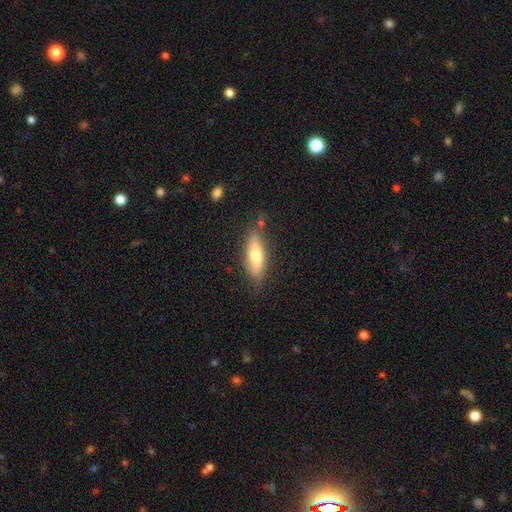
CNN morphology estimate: smooth-or-featured: smooth: 67% | featured or disk: 26% | star or artifact: 6%
  how-rounded: cigar-shaped: 50% | in between: 48% | round: 2%
  merging: none: 80% | minor disturbance: 14% | major disturbance: 3% | merger: 3%